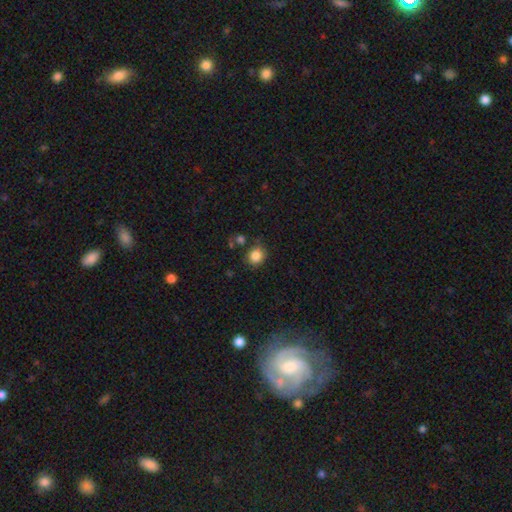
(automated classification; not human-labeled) This appears to be a smooth galaxy with no disk features (85%) that is round (83%). Merging: none (74%).